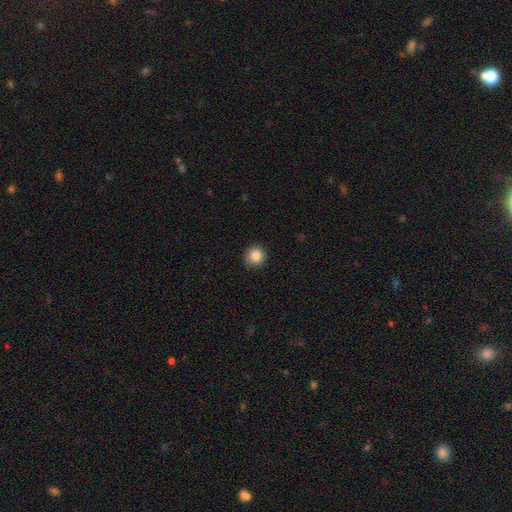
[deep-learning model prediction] Smooth or featured: smooth — 87% (star or artifact — 10%)
How rounded: round — 92% (in between — 7%)
Merging: none — 89% (minor disturbance — 8%)